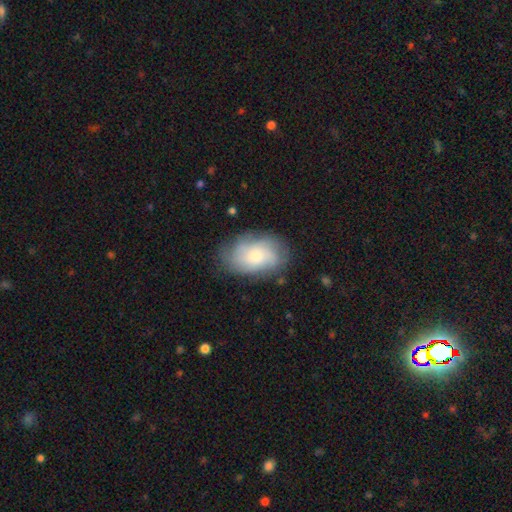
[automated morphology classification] Smooth or featured?
  - featured or disk: 51% *
  - smooth: 41%
  - star or artifact: 8%
Edge-on disk?
  - no: 96% *
  - yes: 4%
Merging?
  - none: 72% *
  - minor disturbance: 19%
  - major disturbance: 8%
  - merger: 1%